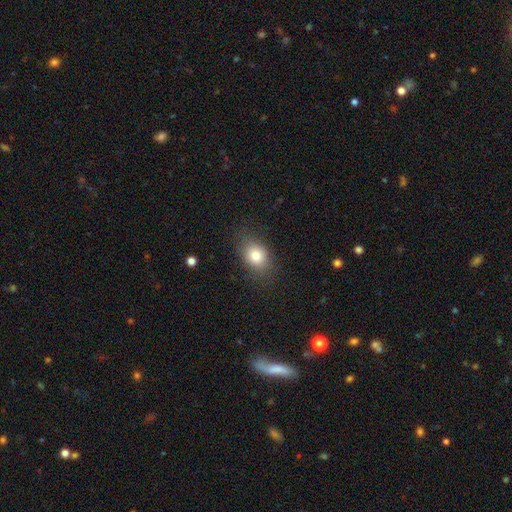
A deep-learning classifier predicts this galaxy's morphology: Smooth or featured? Predicted: smooth (p=0.81). How rounded? Predicted: in between (p=0.66). Merging? Predicted: none (p=0.81).